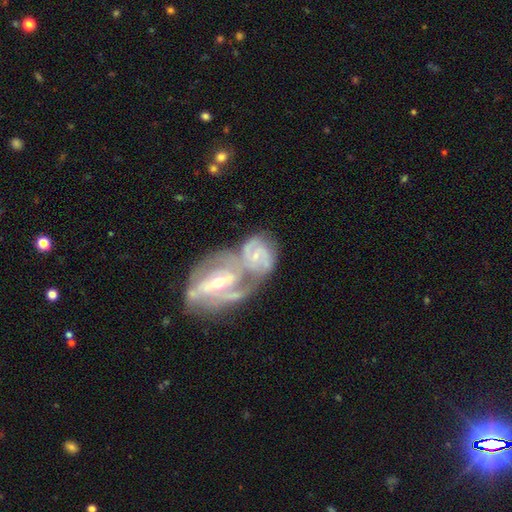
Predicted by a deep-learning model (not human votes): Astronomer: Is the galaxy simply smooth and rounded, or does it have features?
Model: featured or disk — 84%.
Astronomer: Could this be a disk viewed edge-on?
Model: no — 97%.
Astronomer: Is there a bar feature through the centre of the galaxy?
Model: weak — 42% (runner-up: no, 38%).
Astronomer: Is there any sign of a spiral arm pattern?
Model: yes — 96%.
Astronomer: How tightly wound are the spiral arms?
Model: medium — 48% (runner-up: tight, 42%).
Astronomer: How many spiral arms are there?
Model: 2 — 53%.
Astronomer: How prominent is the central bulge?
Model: small — 59% (runner-up: moderate, 36%).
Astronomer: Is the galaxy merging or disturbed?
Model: merger — 74%.